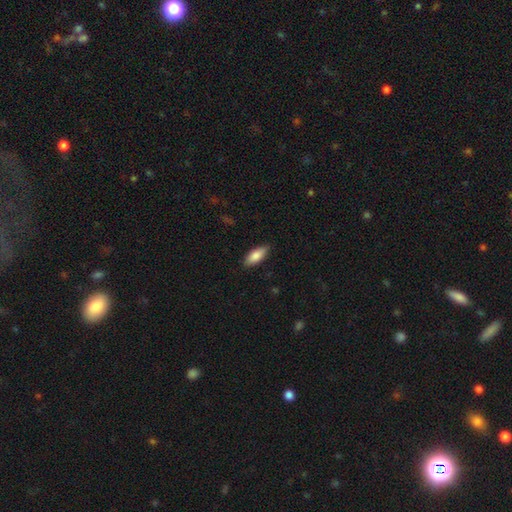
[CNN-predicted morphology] A smooth galaxy with no disk features (84%) that is in between round and cigar-shaped (80%).

Vote fractions:
- Smooth or featured? smooth: 84% / featured or disk: 10% / star or artifact: 6%
- How rounded? in between: 80% / cigar-shaped: 19% / round: 2%
- Merging? none: 87% / minor disturbance: 10% / major disturbance: 2% / merger: 1%